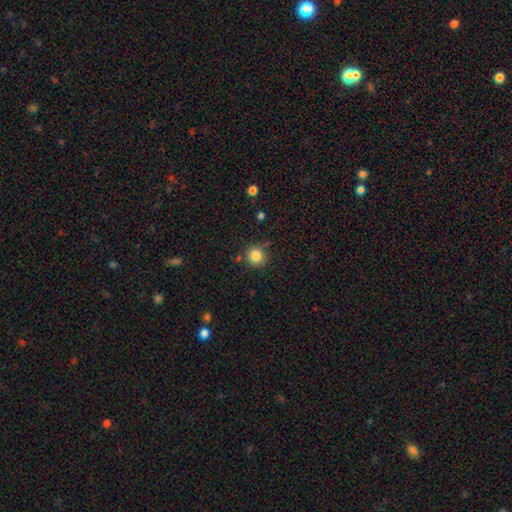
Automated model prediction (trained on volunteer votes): This is clearly a smooth galaxy (84%). How rounded: clearly round (92%). Merging: clearly none (83%).